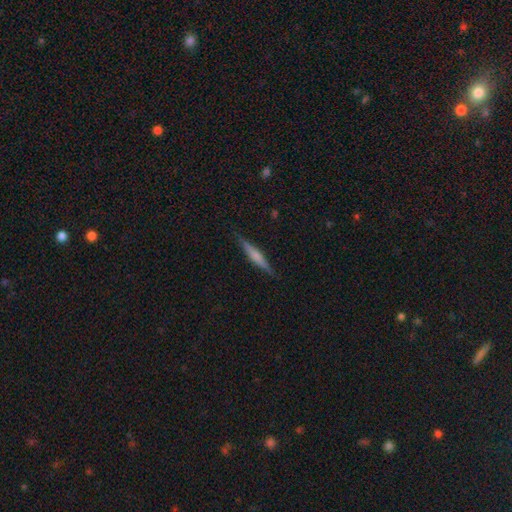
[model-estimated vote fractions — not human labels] This is possibly a featured or disk galaxy (51%). It is clearly viewed edge-on (97%). Merging: clearly none (88%).